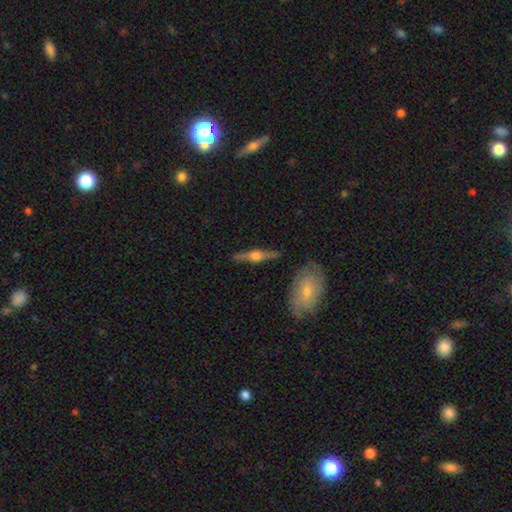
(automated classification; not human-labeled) Smooth or featured?
  - featured or disk: 74% *
  - smooth: 20%
  - star or artifact: 5%
Edge-on disk?
  - yes: 97% *
  - no: 3%
Edge-on bulge?
  - rounded: 94% *
  - boxy: 4%
  - none: 2%
Merging?
  - none: 86% *
  - minor disturbance: 9%
  - merger: 2%
  - major disturbance: 2%